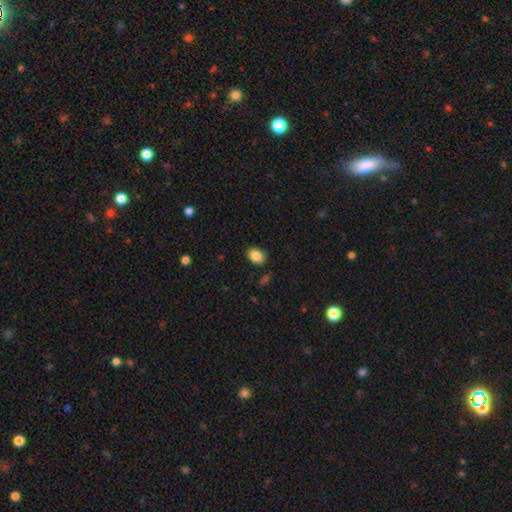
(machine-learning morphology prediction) smooth-or-featured: smooth: 85% | star or artifact: 9% | featured or disk: 7%
  how-rounded: in between: 63% | round: 36% | cigar-shaped: 1%
  merging: none: 79% | minor disturbance: 16% | major disturbance: 3% | merger: 2%